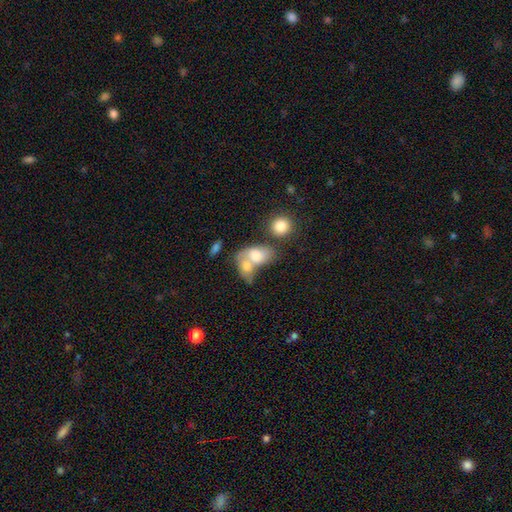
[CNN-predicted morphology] Smooth or featured?
  - smooth: 68% *
  - featured or disk: 23%
  - star or artifact: 8%
How rounded?
  - in between: 81% *
  - round: 17%
  - cigar-shaped: 2%
Merging?
  - merger: 70% *
  - none: 15%
  - minor disturbance: 8%
  - major disturbance: 7%